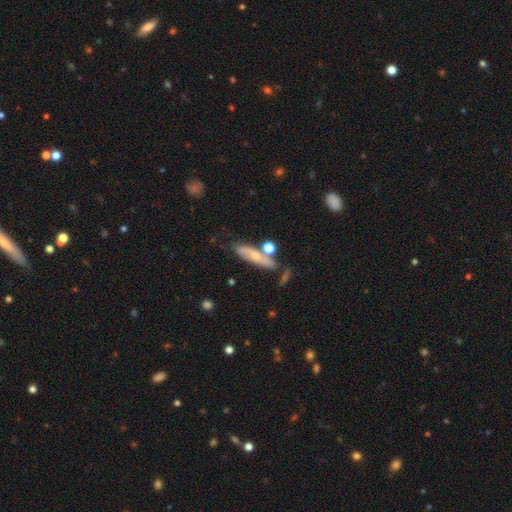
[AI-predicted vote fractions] Smooth or featured? smooth (48%)
Merging? none (55%)